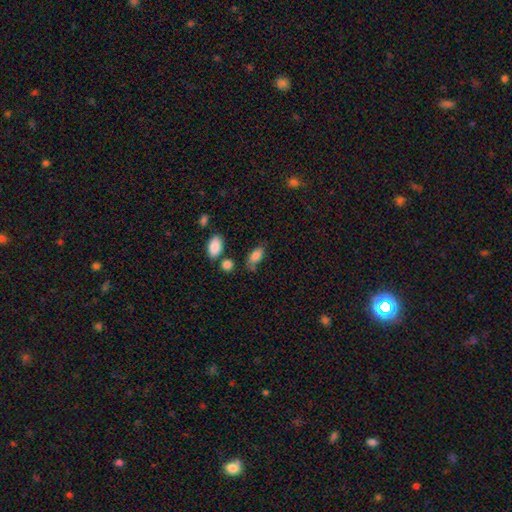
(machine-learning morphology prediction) type=smooth (82%); roundness=in between (87%); merging=none (59%).